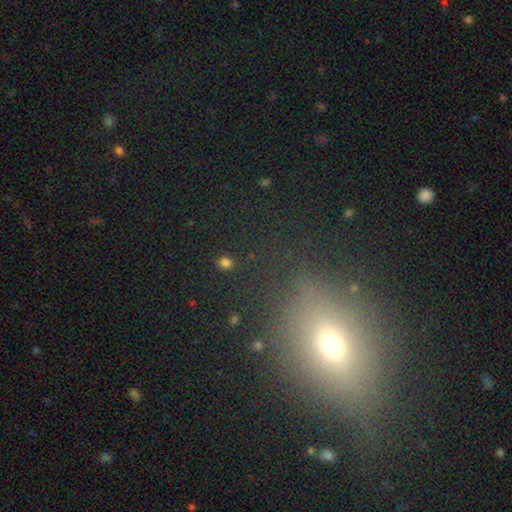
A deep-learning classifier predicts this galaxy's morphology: This appears to be a smooth galaxy with no disk features (47%). Merging: none (80%).